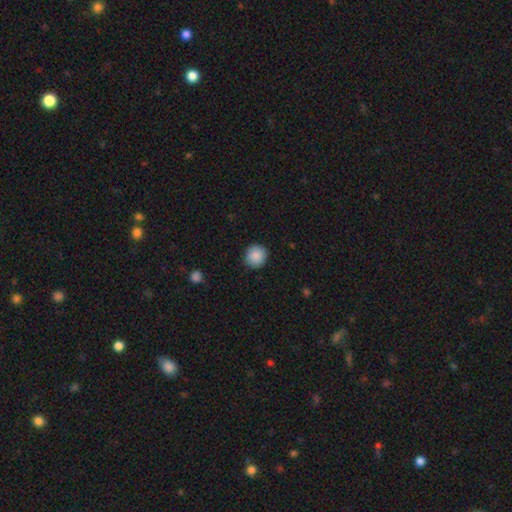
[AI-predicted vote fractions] smooth 89%, star or artifact 8%, featured or disk 3%. Down the decision tree: how rounded — round (94%); merging — none (91%).